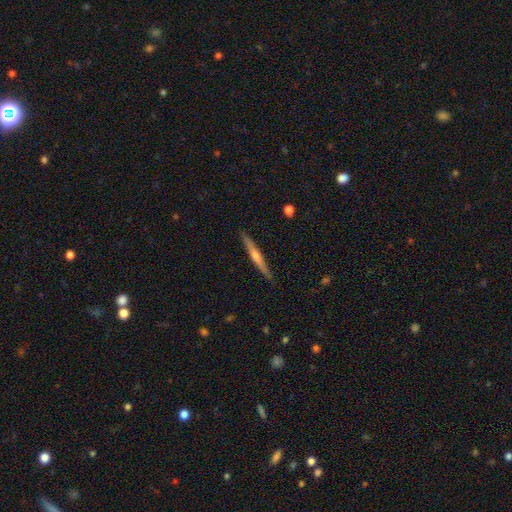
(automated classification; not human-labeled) smooth_or_featured: featured or disk (p=0.66) [alt: smooth p=0.29]
disk_edge_on: yes (p=0.98) [alt: no p=0.02]
edge_on_bulge: rounded (p=0.71) [alt: none p=0.19]
merging: none (p=0.90) [alt: minor disturbance p=0.07]